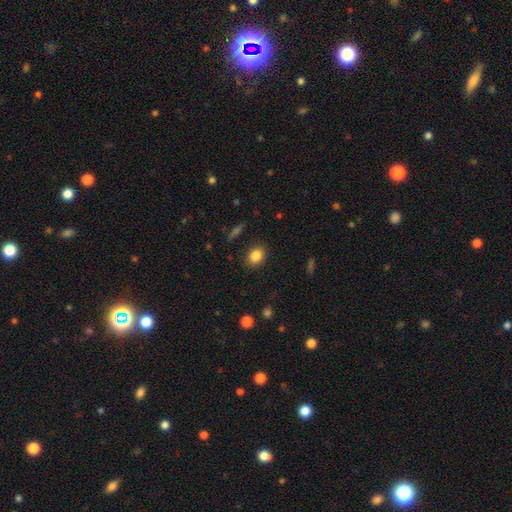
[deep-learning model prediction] Smooth or featured: smooth — 84% (star or artifact — 10%)
How rounded: in between — 52% (round — 47%)
Merging: none — 88% (minor disturbance — 9%)